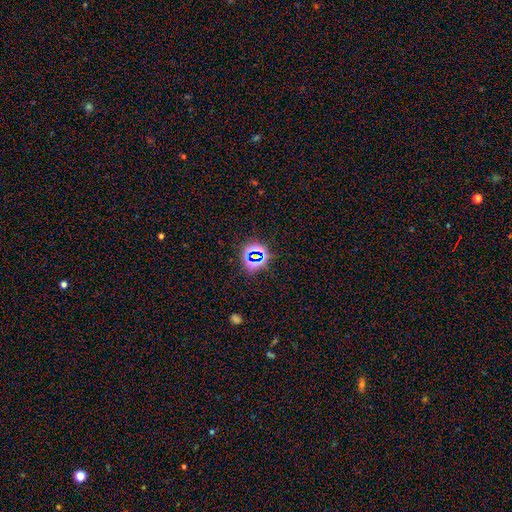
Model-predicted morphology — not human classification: Overall: star or artifact (71%).